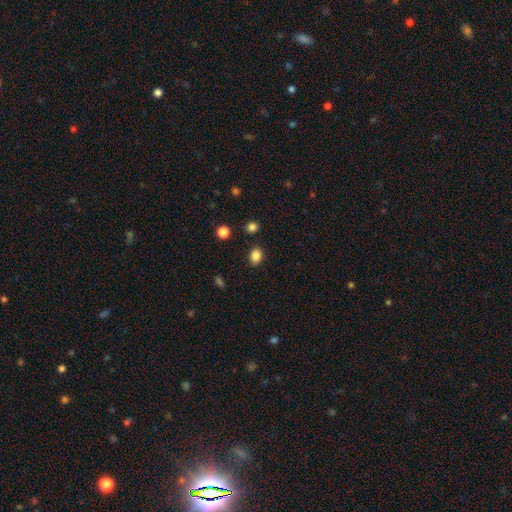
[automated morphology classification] smooth-or-featured: smooth: 85% | star or artifact: 11% | featured or disk: 4%
  how-rounded: in between: 62% | round: 37% | cigar-shaped: 1%
  merging: none: 86% | minor disturbance: 9% | major disturbance: 3% | merger: 2%